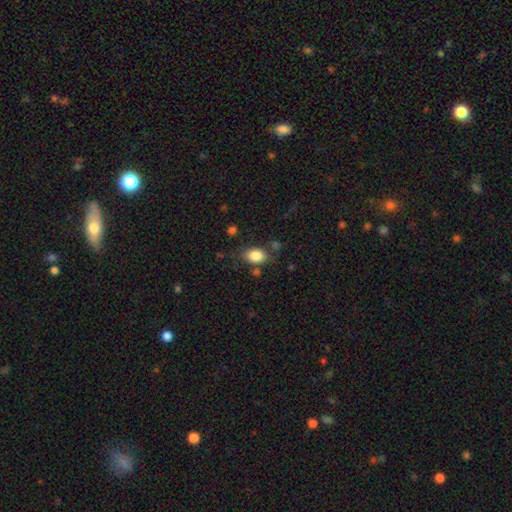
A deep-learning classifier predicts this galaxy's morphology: type=smooth (85%); roundness=in between (78%); merging=none (73%).